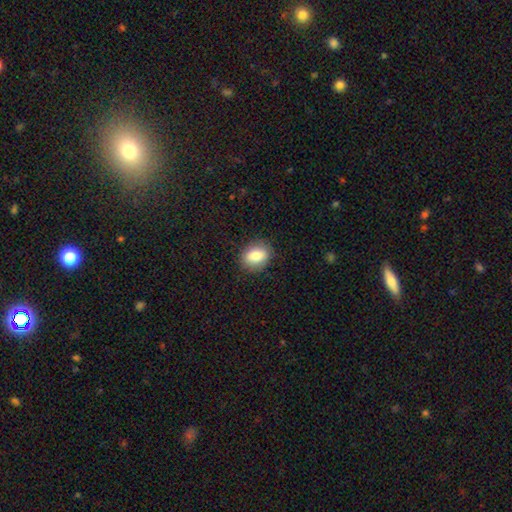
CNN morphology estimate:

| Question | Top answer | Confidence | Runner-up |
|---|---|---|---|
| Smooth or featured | smooth | 82% | featured or disk (10%) |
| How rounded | in between | 65% | round (33%) |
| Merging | none | 85% | minor disturbance (11%) |